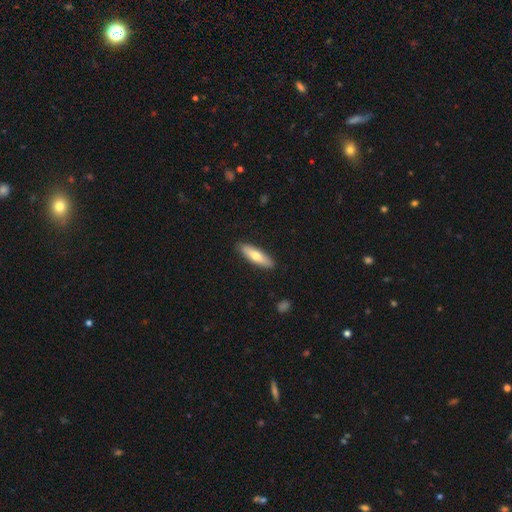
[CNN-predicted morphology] A smooth galaxy with no disk features (64%) that is cigar-shaped (63%).

Vote fractions:
- Smooth or featured? smooth: 64% / featured or disk: 30% / star or artifact: 5%
- How rounded? cigar-shaped: 63% / in between: 35% / round: 2%
- Merging? none: 89% / minor disturbance: 8% / major disturbance: 2% / merger: 1%